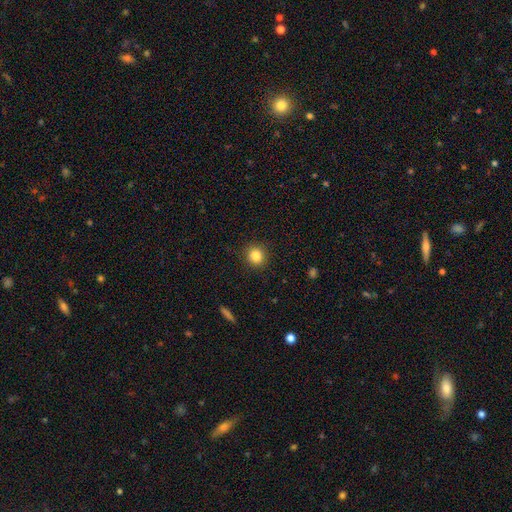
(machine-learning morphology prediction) This is clearly a smooth galaxy (85%). How rounded: clearly round (90%). Merging: clearly none (90%).